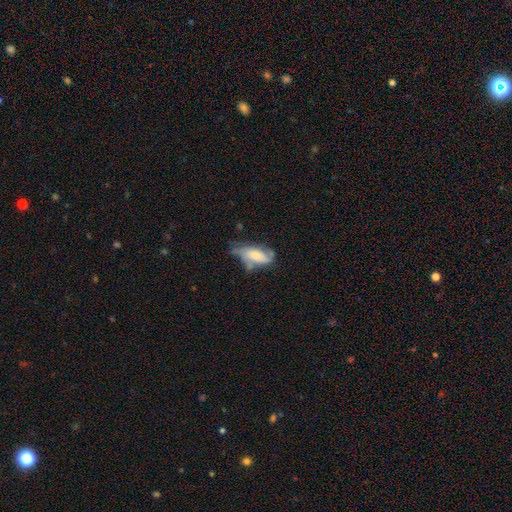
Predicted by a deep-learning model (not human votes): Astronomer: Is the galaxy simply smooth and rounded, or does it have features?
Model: smooth — 52% (runner-up: featured or disk, 41%).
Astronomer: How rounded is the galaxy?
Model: in between — 86%.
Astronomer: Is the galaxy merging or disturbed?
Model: none — 36%, tied with minor disturbance at 36%.